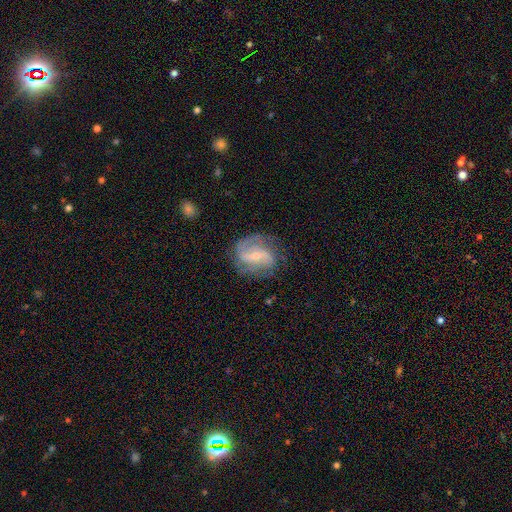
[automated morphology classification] Smooth or featured: featured or disk — 80% (smooth — 13%)
Edge-on disk: no — 97% (yes — 3%)
Bar: weak — 48% (strong — 33%)
Spiral arms: yes — 92% (no — 8%)
Spiral winding: medium — 47% (loose — 29%)
Spiral arm count: 2 — 74% (can't tell — 12%)
Bulge size: small — 60% (moderate — 34%)
Merging: none — 69% (minor disturbance — 19%)